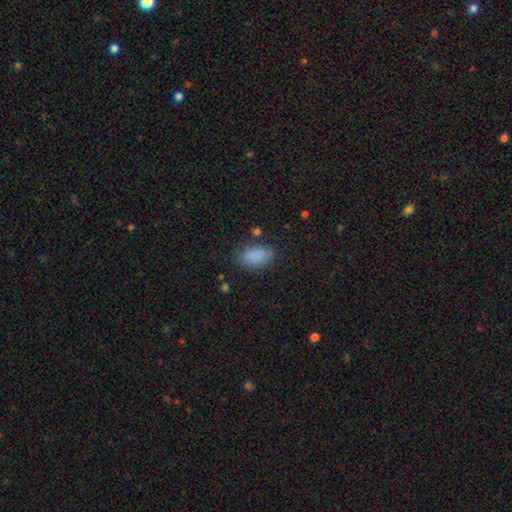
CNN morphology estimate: A smooth galaxy with no disk features (86%) that is in between round and cigar-shaped (89%).

Vote fractions:
- Smooth or featured? smooth: 86% / star or artifact: 9% / featured or disk: 5%
- How rounded? in between: 89% / round: 9% / cigar-shaped: 2%
- Merging? none: 76% / minor disturbance: 16% / major disturbance: 5% / merger: 3%